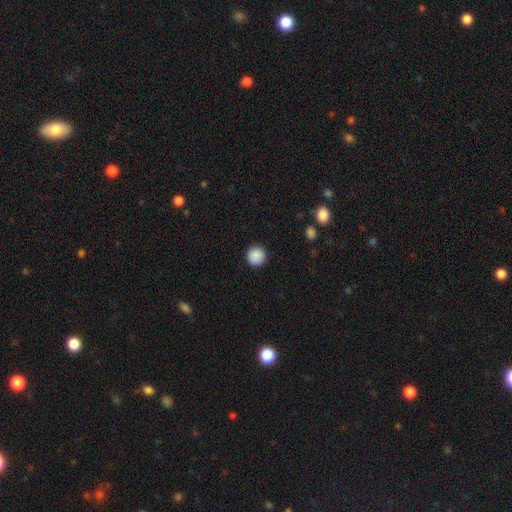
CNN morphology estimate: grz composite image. It shows a smooth galaxy with no disk features (89%) that is round (95%). Merging: none (92%).